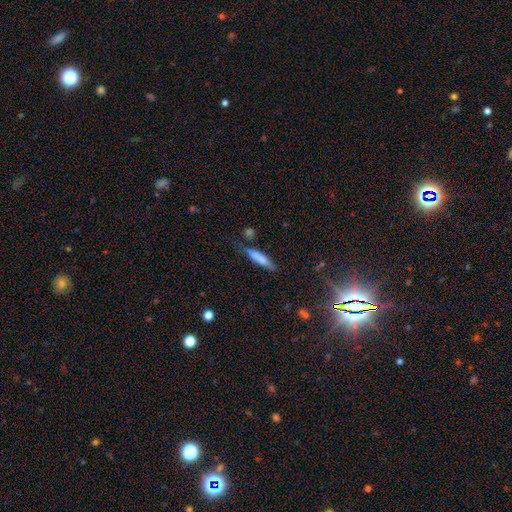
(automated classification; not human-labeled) Q: Smooth or featured?
A: smooth (61%); runner-up: featured or disk (29%)
Q: How rounded?
A: cigar-shaped (86%); runner-up: in between (12%)
Q: Merging?
A: none (61%); runner-up: minor disturbance (24%)